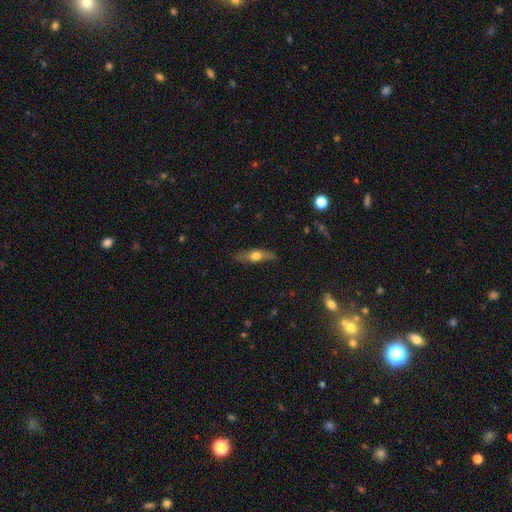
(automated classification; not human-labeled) Smooth or featured: featured or disk — 48% (smooth — 45%)
Merging: none — 83% (minor disturbance — 13%)